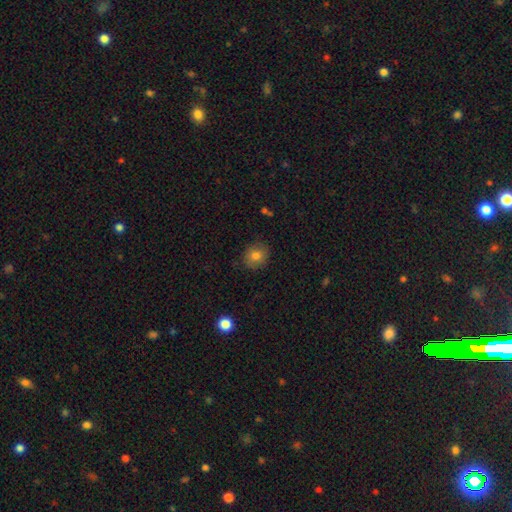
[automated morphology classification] Smooth or featured?
  - smooth: 79% *
  - star or artifact: 11%
  - featured or disk: 10%
How rounded?
  - round: 76% *
  - in between: 23%
  - cigar-shaped: 1%
Merging?
  - none: 84% *
  - minor disturbance: 12%
  - major disturbance: 3%
  - merger: 1%